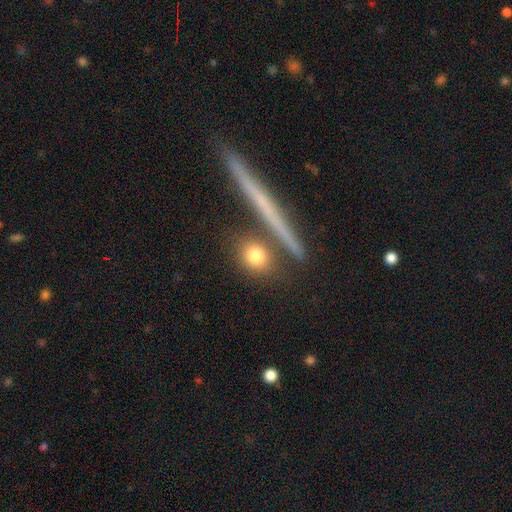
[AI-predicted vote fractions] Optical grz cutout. It shows a smooth galaxy with no disk features (77%) that is round (74%). Merging: none (80%).